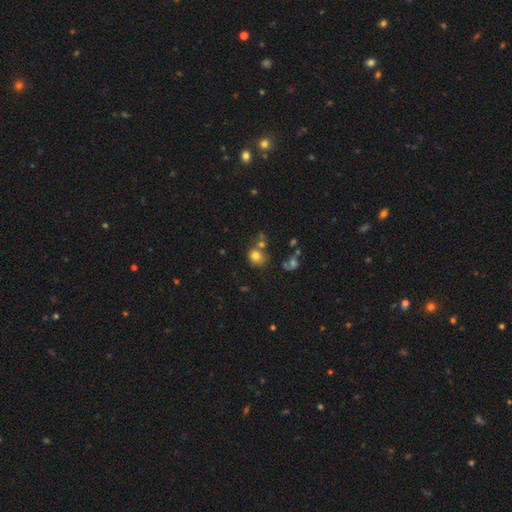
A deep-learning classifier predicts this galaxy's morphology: Smooth or featured? Predicted: smooth (p=0.77). How rounded? Predicted: round (p=0.70). Merging? Predicted: none (p=0.53).